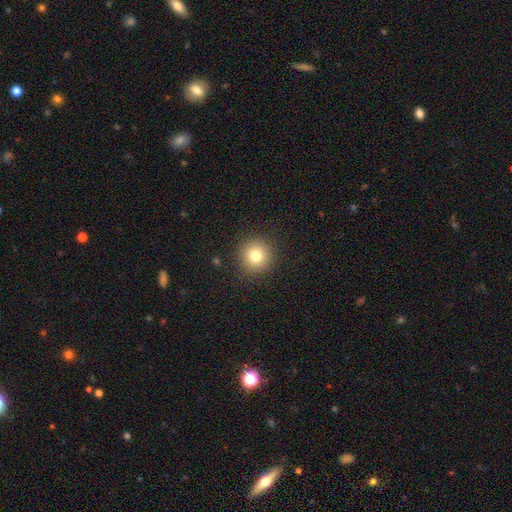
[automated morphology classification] This is likely a smooth galaxy (79%). How rounded: clearly round (95%). Merging: clearly none (90%).